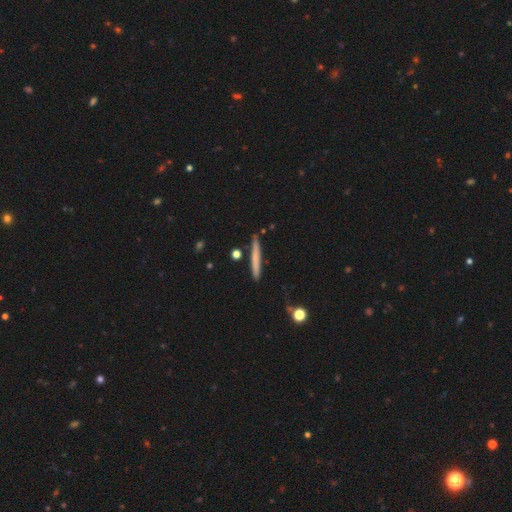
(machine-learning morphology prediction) Smooth or featured?
  - smooth: 63% *
  - featured or disk: 31%
  - star or artifact: 6%
How rounded?
  - cigar-shaped: 96% *
  - in between: 3%
  - round: 2%
Merging?
  - none: 85% *
  - minor disturbance: 11%
  - merger: 3%
  - major disturbance: 2%